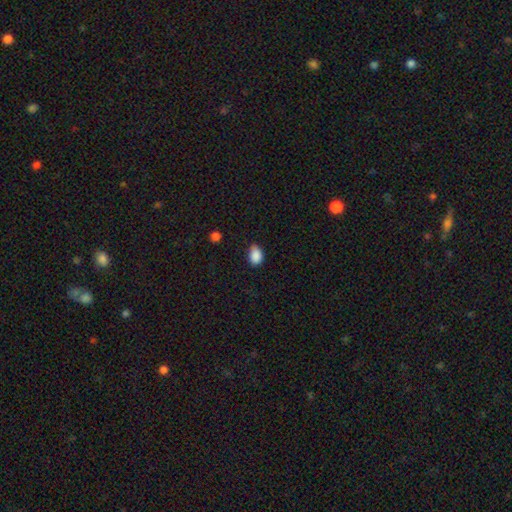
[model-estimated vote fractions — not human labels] smooth-or-featured: smooth: 88% | star or artifact: 9% | featured or disk: 4%
  how-rounded: in between: 79% | round: 20% | cigar-shaped: 1%
  merging: none: 64% | minor disturbance: 30% | major disturbance: 4% | merger: 2%